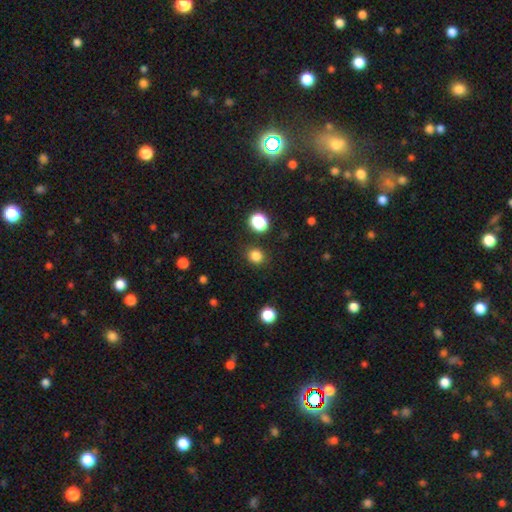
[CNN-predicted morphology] Q: Smooth or featured?
A: smooth (83%); runner-up: star or artifact (13%)
Q: How rounded?
A: round (79%); runner-up: in between (20%)
Q: Merging?
A: none (87%); runner-up: minor disturbance (8%)